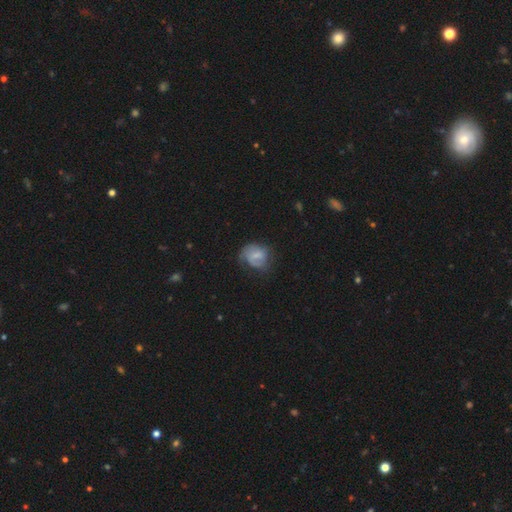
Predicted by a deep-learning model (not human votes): smooth 50%, featured or disk 42%, star or artifact 8%. Down the decision tree: how rounded — round (58%); merging — none (46%).